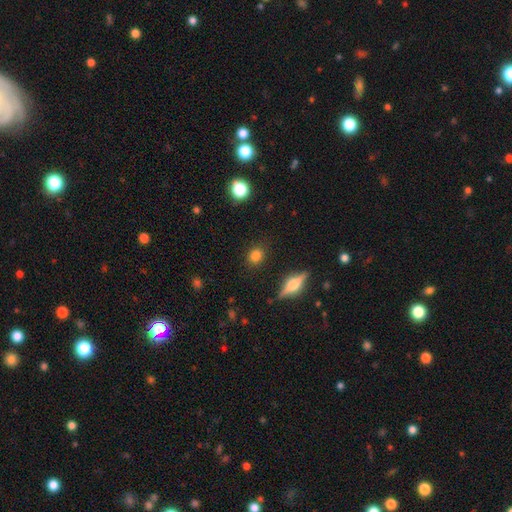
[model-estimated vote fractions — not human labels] Smooth or featured? Predicted: smooth (p=0.79). How rounded? Predicted: round (p=0.65). Merging? Predicted: none (p=0.86).